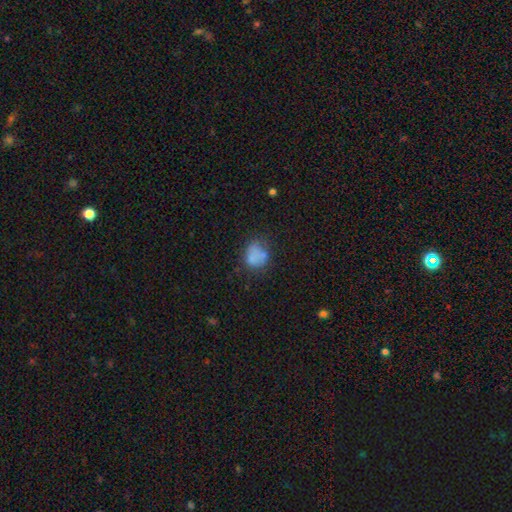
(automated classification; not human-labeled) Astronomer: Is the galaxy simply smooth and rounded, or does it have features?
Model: smooth — 65%.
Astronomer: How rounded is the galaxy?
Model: round — 61% (runner-up: in between, 38%).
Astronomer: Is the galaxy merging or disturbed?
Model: none — 44% (runner-up: minor disturbance, 24%).